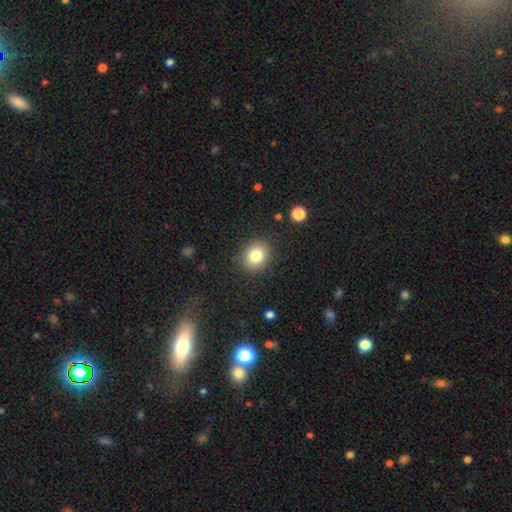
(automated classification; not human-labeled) Smooth or featured? Predicted: smooth (p=0.81). How rounded? Predicted: round (p=0.65). Merging? Predicted: none (p=0.87).